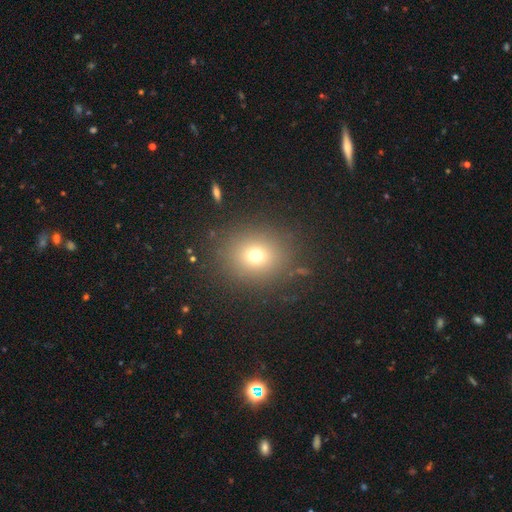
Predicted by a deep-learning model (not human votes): Q: Smooth or featured?
A: smooth (70%); runner-up: star or artifact (19%)
Q: How rounded?
A: round (79%); runner-up: in between (20%)
Q: Merging?
A: none (86%); runner-up: minor disturbance (8%)